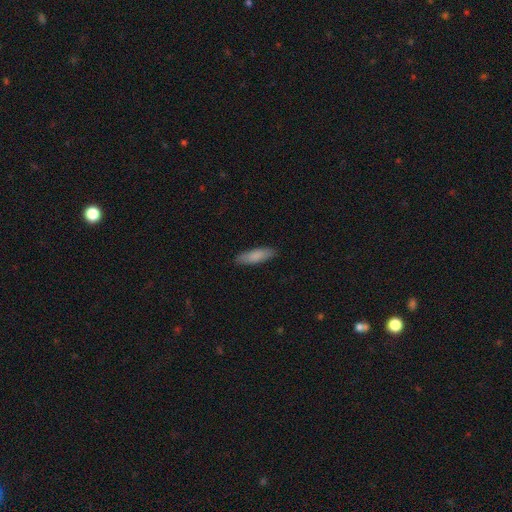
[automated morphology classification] The model was most divided on "how rounded": cigar-shaped: 56%, in between: 42%, round: 2%. More confident: merging — none (87%); smooth or featured — smooth (84%).